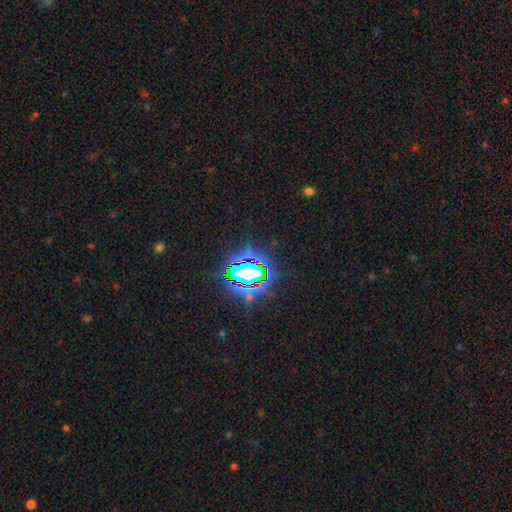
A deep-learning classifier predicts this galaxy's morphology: Smooth or featured? star or artifact (83%)